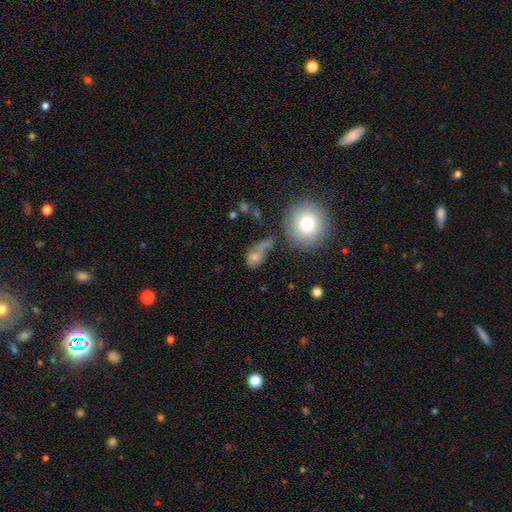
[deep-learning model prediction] A smooth galaxy with no disk features (68%) that is in between round and cigar-shaped (58%). Merging: merger (35%).